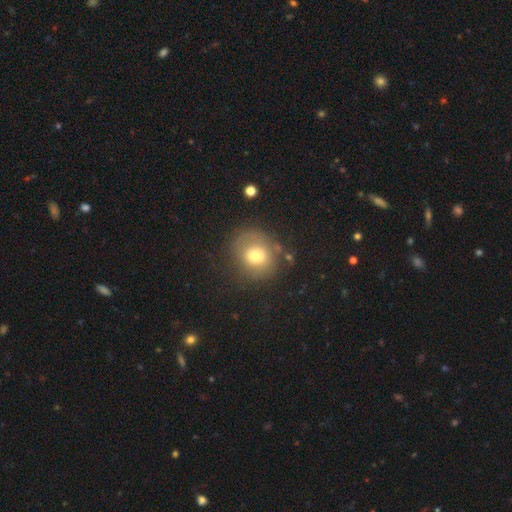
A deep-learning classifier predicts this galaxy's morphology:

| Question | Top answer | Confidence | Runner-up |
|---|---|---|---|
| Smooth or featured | smooth | 69% | featured or disk (18%) |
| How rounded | round | 78% | in between (21%) |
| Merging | none | 71% | minor disturbance (17%) |